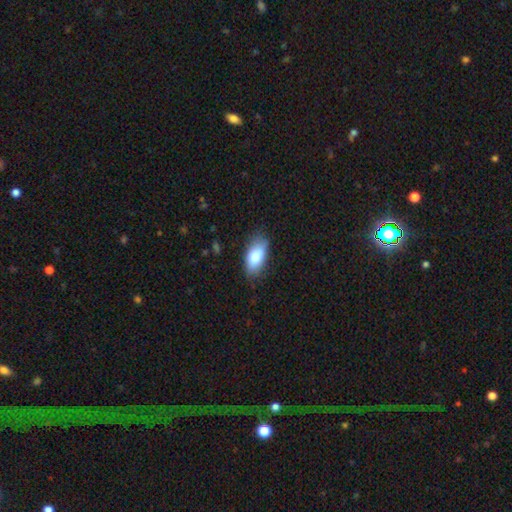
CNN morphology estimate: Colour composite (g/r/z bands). It shows a smooth galaxy with no disk features (81%) that is in between round and cigar-shaped (90%). Merging: none (71%).